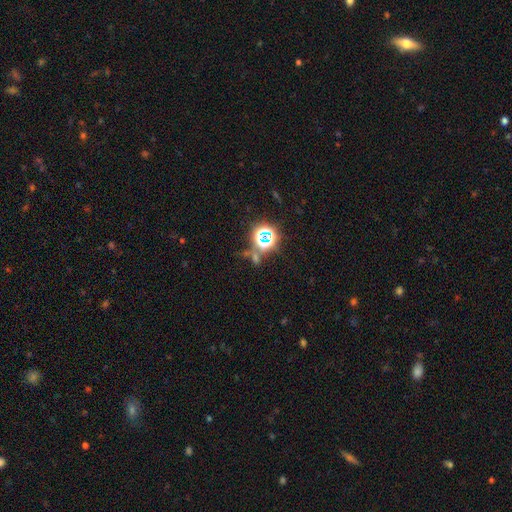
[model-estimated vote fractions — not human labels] Q: Smooth or featured?
A: star or artifact (74%); runner-up: smooth (17%)